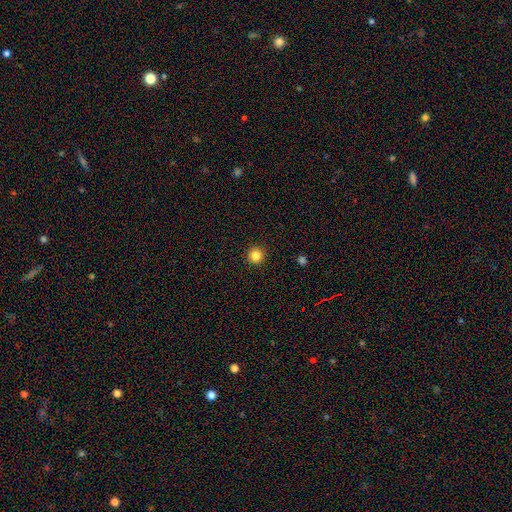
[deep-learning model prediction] Smooth or featured? Predicted: smooth (p=0.84). How rounded? Predicted: round (p=0.96). Merging? Predicted: none (p=0.93).